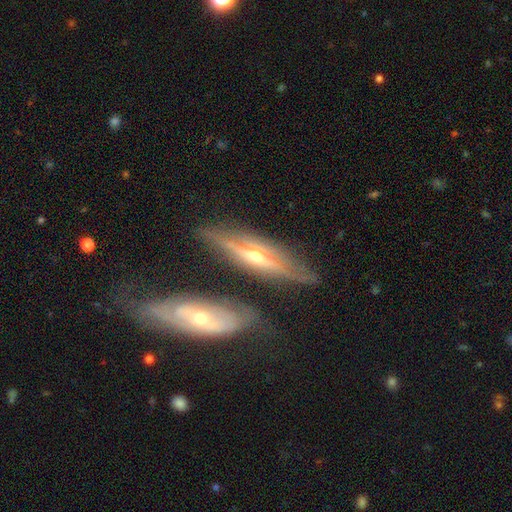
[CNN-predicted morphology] A featured or disk galaxy (78%) viewed edge-on (89%) with a rounded central bulge (86%).

Vote fractions:
- Smooth or featured? featured or disk: 78% / smooth: 16% / star or artifact: 6%
- Edge-on disk? yes: 89% / no: 11%
- Edge-on bulge? rounded: 86% / none: 8% / boxy: 6%
- Merging? none: 72% / minor disturbance: 15% / merger: 7% / major disturbance: 5%